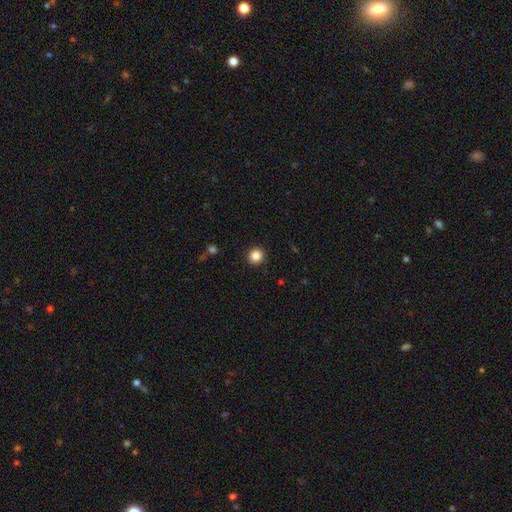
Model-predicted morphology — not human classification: Overall: smooth (86%). How rounded: round (92%). Merging: none (92%).